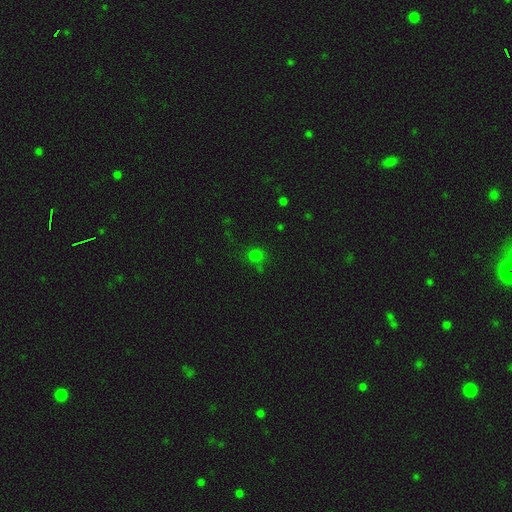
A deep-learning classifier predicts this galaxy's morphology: This appears to be a smooth galaxy with no disk features (71%) that is round (85%). Merging: none (75%).